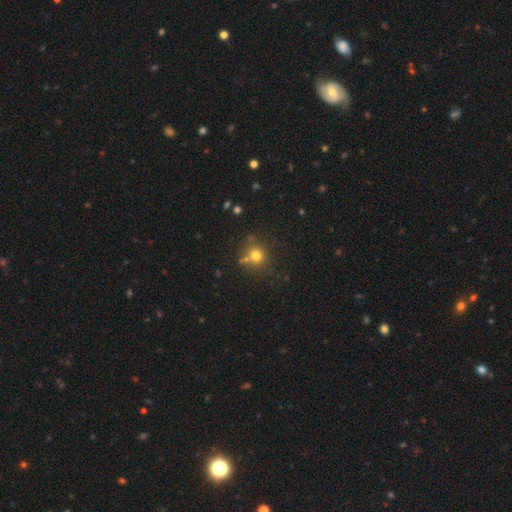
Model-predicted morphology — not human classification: Smooth or featured? Predicted: smooth (p=0.73). How rounded? Predicted: round (p=0.89). Merging? Predicted: none (p=0.72).